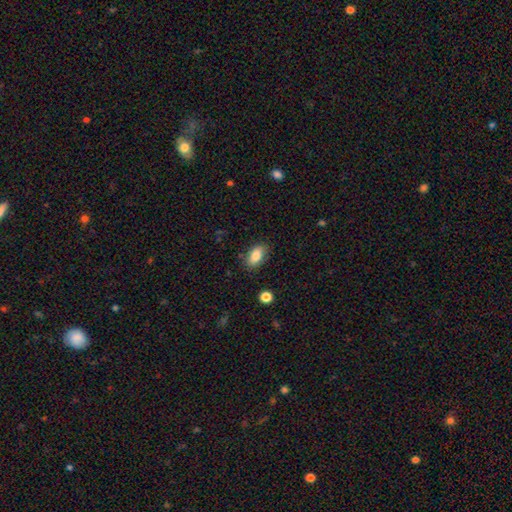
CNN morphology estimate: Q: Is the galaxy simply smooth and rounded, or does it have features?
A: smooth — 84%.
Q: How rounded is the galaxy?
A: in between — 90%.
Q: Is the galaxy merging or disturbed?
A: none — 82%.